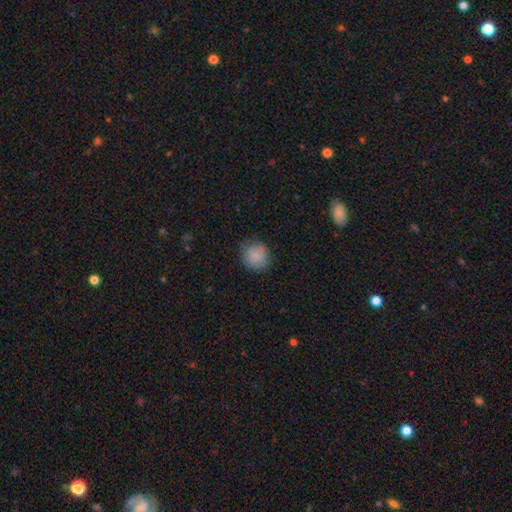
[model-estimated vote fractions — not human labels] Overall: smooth (87%). How rounded: round (85%). Merging: none (80%).